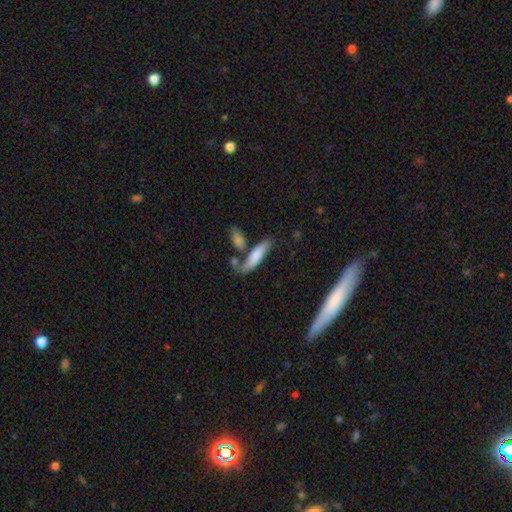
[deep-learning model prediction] This is likely a smooth galaxy (75%). How rounded: likely cigar-shaped (67%). Merging: likely none (61%).